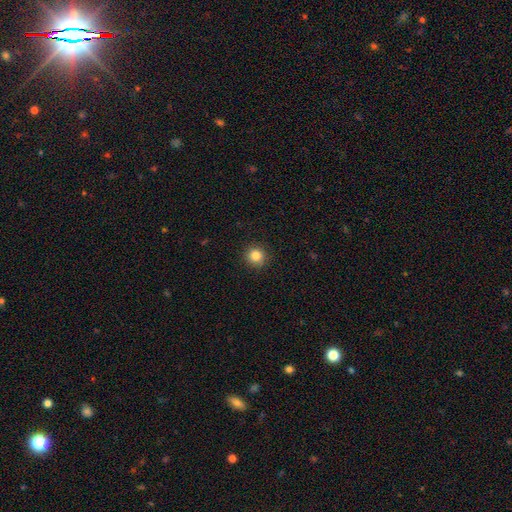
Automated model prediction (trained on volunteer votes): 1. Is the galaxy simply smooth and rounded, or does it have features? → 84% smooth, 11% star or artifact, 5% featured or disk.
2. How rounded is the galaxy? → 93% round, 6% in between, 1% cigar-shaped.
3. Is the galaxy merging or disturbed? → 91% none, 6% minor disturbance, 2% major disturbance, 1% merger.